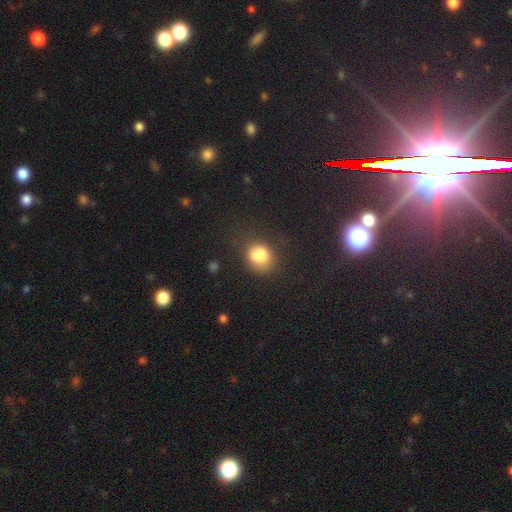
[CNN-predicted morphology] A smooth galaxy with no disk features (77%) that is round (61%). Merging: none (58%).